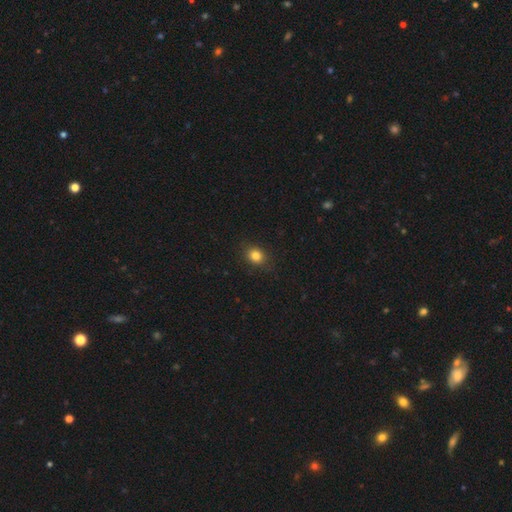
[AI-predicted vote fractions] Smooth or featured? smooth (82%)
How rounded? round (62%)
Merging? none (87%)